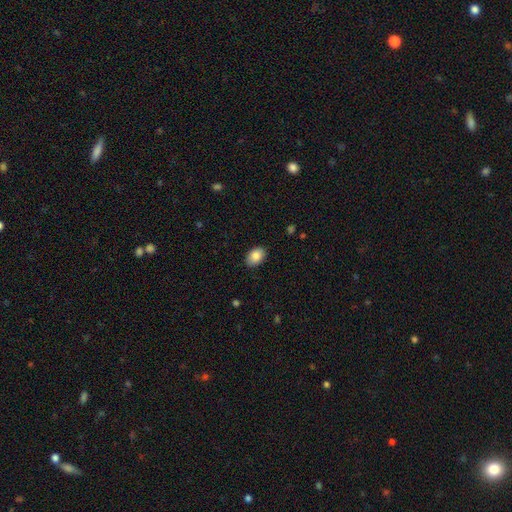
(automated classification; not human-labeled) Overall: smooth (86%). How rounded: in between (82%). Merging: none (88%).